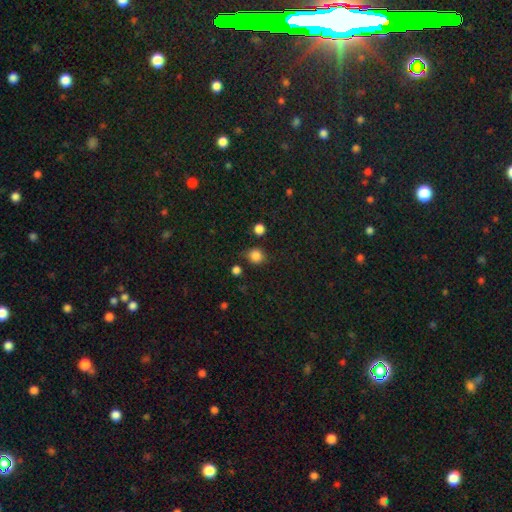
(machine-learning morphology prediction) smooth_or_featured: smooth (p=0.84) [alt: star or artifact p=0.12]
how_rounded: round (p=0.84) [alt: in between p=0.15]
merging: none (p=0.79) [alt: minor disturbance p=0.13]